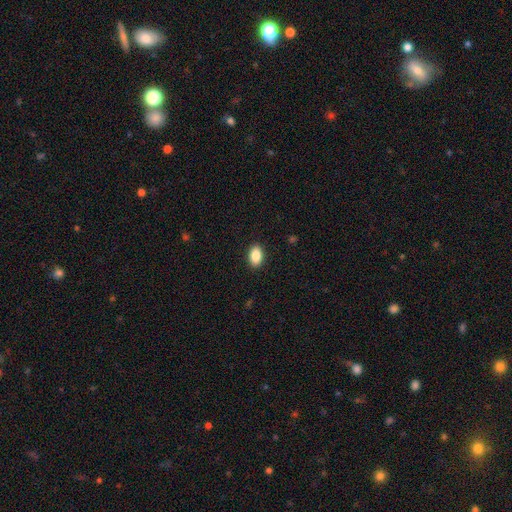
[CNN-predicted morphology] smooth 87%, star or artifact 8%, featured or disk 5%. Down the decision tree: how rounded — in between (89%); merging — none (90%).